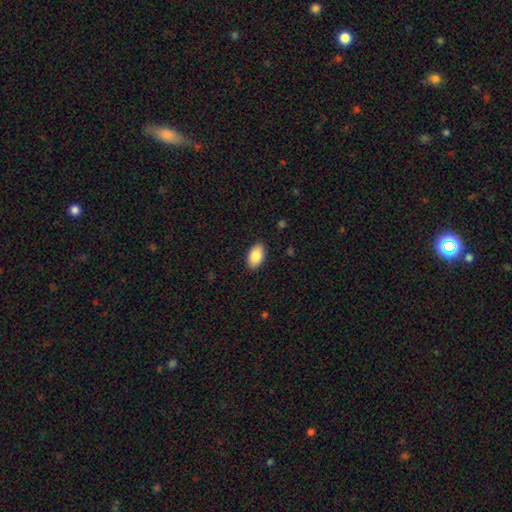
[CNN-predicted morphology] This appears to be a smooth galaxy with no disk features (88%) that is in between round and cigar-shaped (94%). Merging: none (89%).